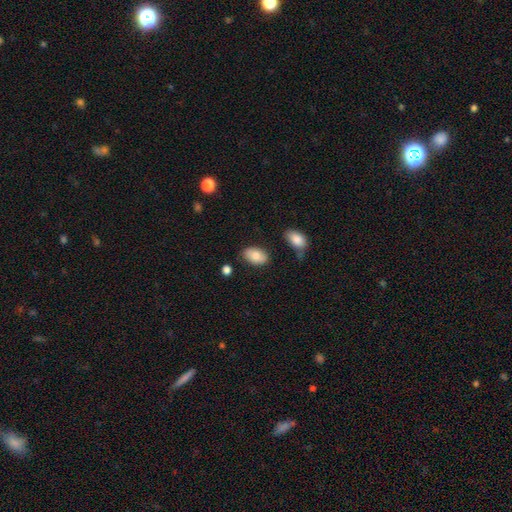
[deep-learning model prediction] Overall: smooth (79%). How rounded: in between (90%). Merging: none (78%).